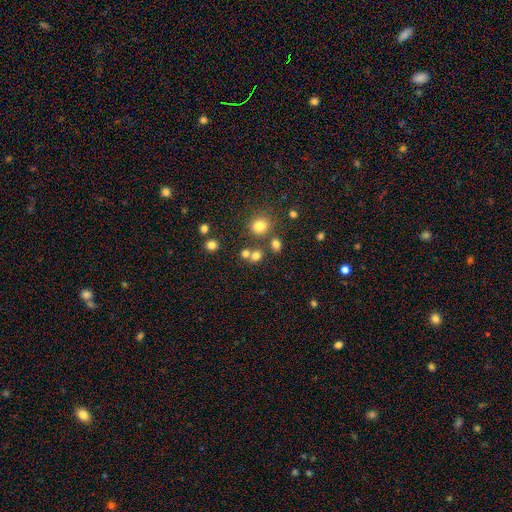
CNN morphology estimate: type=smooth (74%); roundness=round (76%); merging=none (64%).